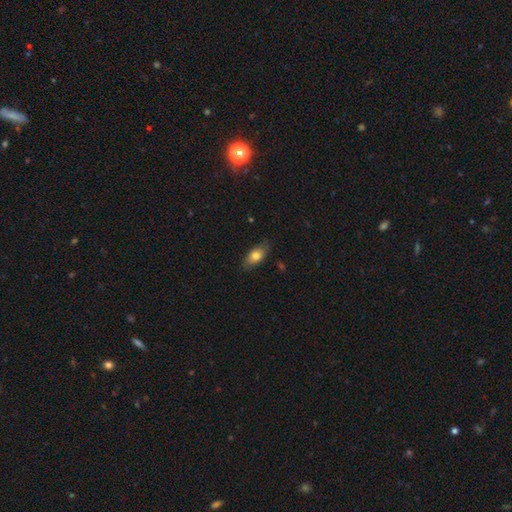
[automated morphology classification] smooth 75%, featured or disk 18%, star or artifact 7%. Down the decision tree: how rounded — in between (87%); merging — none (80%).